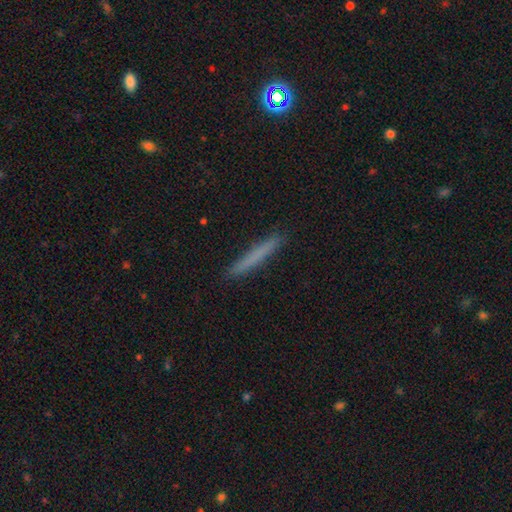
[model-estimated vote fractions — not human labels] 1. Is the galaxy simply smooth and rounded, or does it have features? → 70% smooth, 23% featured or disk, 7% star or artifact.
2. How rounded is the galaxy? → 97% cigar-shaped, 2% in between, 1% round.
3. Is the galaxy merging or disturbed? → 92% none, 6% minor disturbance, 1% major disturbance, 1% merger.